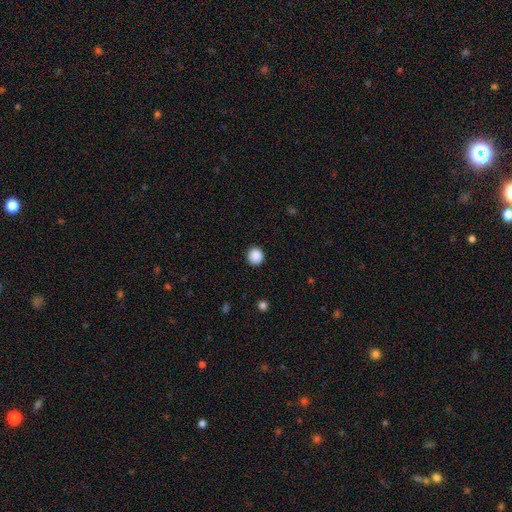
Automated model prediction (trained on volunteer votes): Morphology: type=smooth (89%); roundness=round (92%); merging=none (92%).